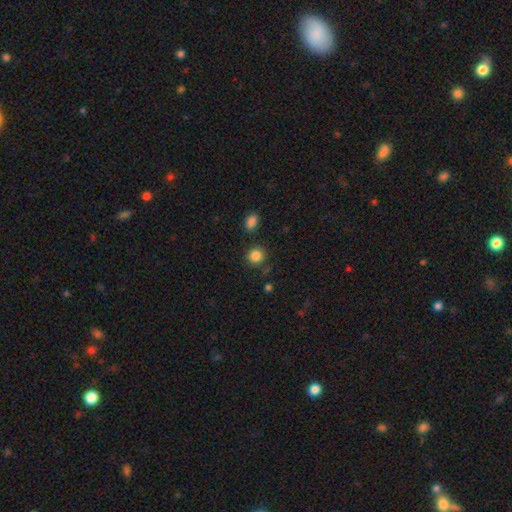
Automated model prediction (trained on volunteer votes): smooth 86%, star or artifact 10%, featured or disk 4%. Down the decision tree: how rounded — round (88%); merging — none (83%).